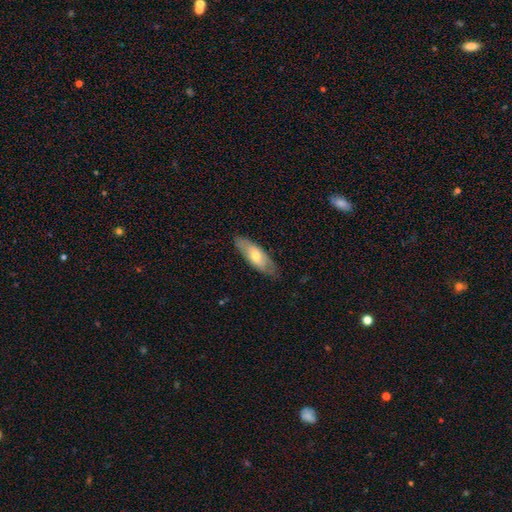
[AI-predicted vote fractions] Morphology: type=smooth (58%); roundness=in between (67%); merging=none (79%).